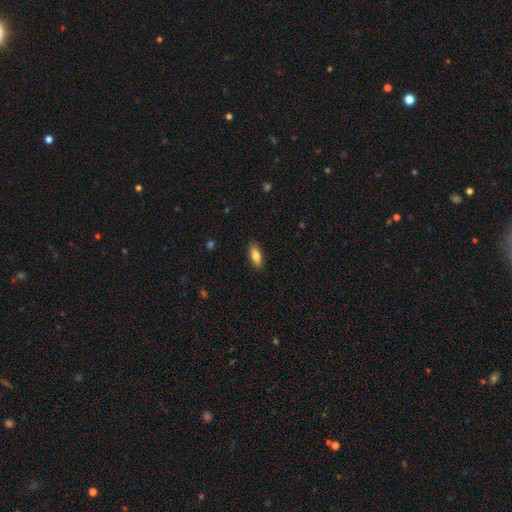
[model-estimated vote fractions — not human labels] smooth 80%, featured or disk 13%, star or artifact 6%. Down the decision tree: how rounded — in between (71%); merging — none (88%).